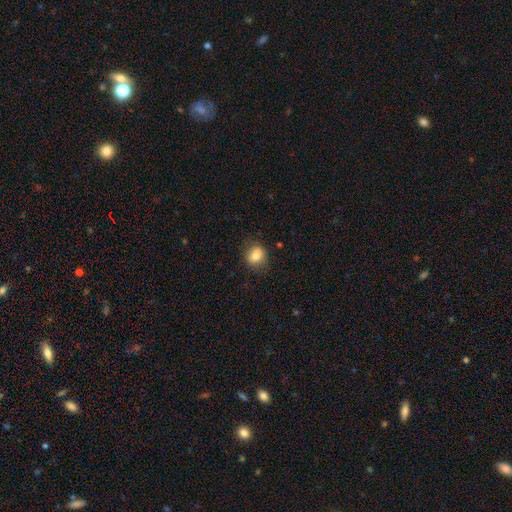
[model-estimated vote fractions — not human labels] Morphology: type=smooth (79%); roundness=round (72%); merging=none (79%).